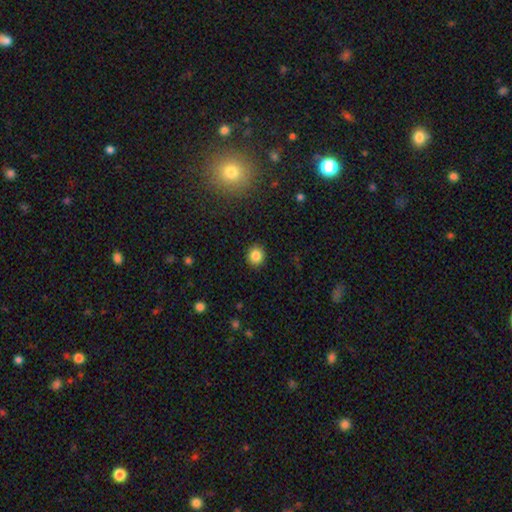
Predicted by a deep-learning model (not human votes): Overall: smooth (84%). How rounded: round (81%). Merging: none (90%).